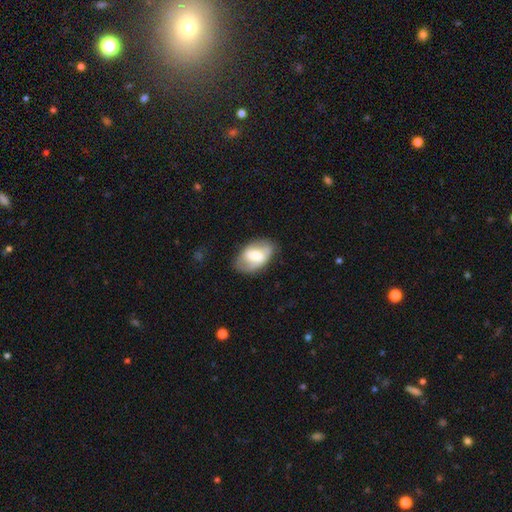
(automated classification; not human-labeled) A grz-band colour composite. It shows a smooth galaxy with no disk features (50%). Merging: none (73%).